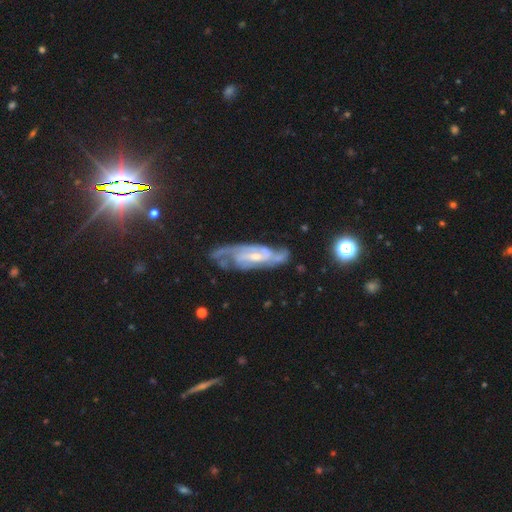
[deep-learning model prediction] smooth_or_featured: featured or disk (p=0.88) [alt: star or artifact p=0.06]
disk_edge_on: no (p=0.92) [alt: yes p=0.08]
bar: weak (p=0.46) [alt: no p=0.28]
has_spiral_arms: yes (p=0.97) [alt: no p=0.03]
spiral_winding: tight (p=0.46) [alt: medium p=0.45]
spiral_arm_count: 2 (p=0.59) [alt: 3 p=0.16]
bulge_size: small (p=0.61) [alt: moderate p=0.33]
merging: none (p=0.65) [alt: minor disturbance p=0.22]